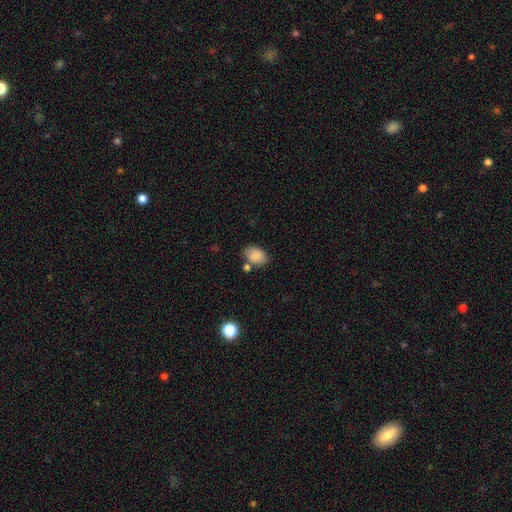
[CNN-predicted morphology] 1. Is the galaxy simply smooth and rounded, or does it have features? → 87% smooth, 8% star or artifact, 5% featured or disk.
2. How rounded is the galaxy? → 80% in between, 19% round, 1% cigar-shaped.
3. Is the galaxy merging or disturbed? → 69% none, 15% minor disturbance, 12% merger, 4% major disturbance.